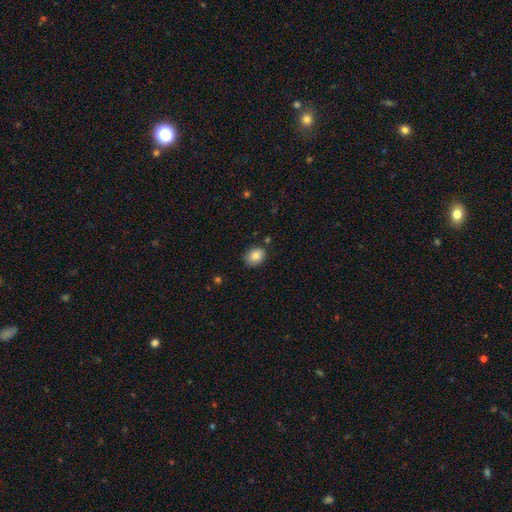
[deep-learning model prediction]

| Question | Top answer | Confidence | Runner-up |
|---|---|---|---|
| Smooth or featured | smooth | 86% | star or artifact (8%) |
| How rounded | in between | 60% | round (39%) |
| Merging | none | 80% | minor disturbance (15%) |